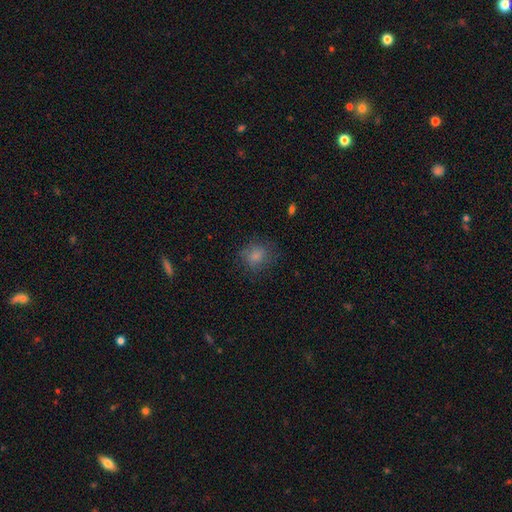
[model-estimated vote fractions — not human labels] Smooth or featured? smooth (79%)
How rounded? round (67%)
Merging? none (71%)